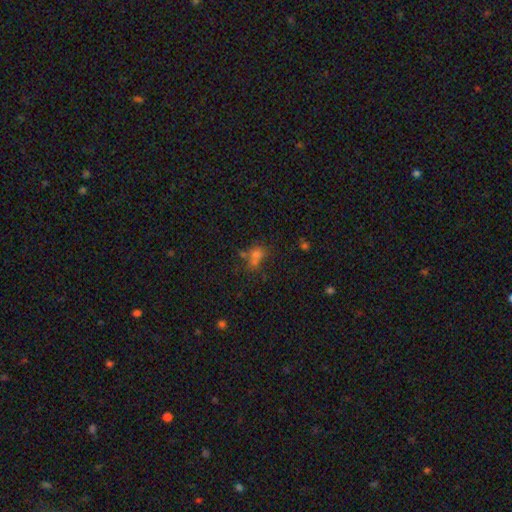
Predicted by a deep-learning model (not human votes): smooth_or_featured: smooth (p=0.63) [alt: star or artifact p=0.21]
how_rounded: round (p=0.55) [alt: in between p=0.43]
merging: merger (p=0.41) [alt: none p=0.35]